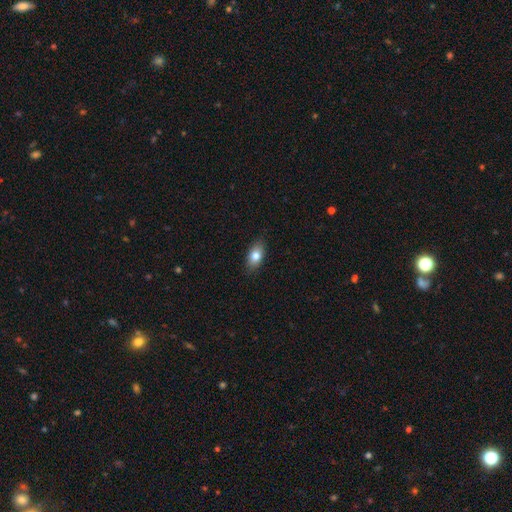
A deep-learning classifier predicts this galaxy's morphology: Smooth or featured? Predicted: smooth (p=0.79). How rounded? Predicted: in between (p=0.88). Merging? Predicted: none (p=0.87).